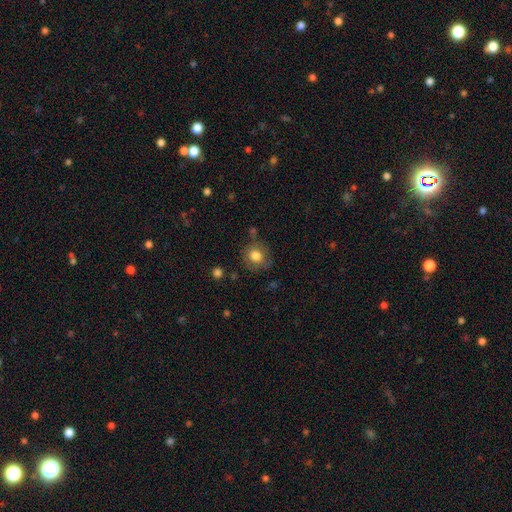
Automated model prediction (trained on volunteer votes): Morphology: type=smooth (80%); roundness=round (85%); merging=none (76%).